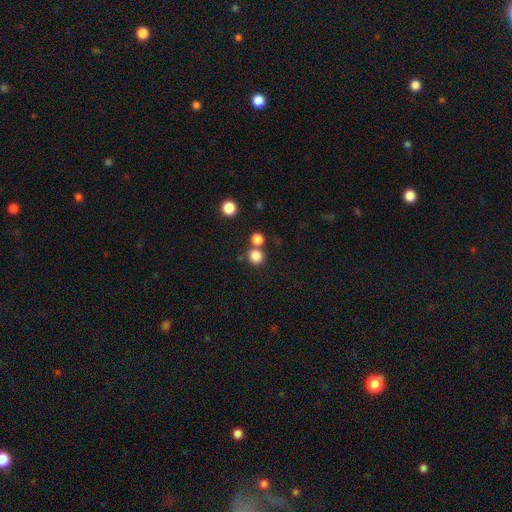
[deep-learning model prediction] Smooth or featured: smooth — 83% (star or artifact — 12%)
How rounded: round — 89% (in between — 10%)
Merging: none — 66% (merger — 25%)